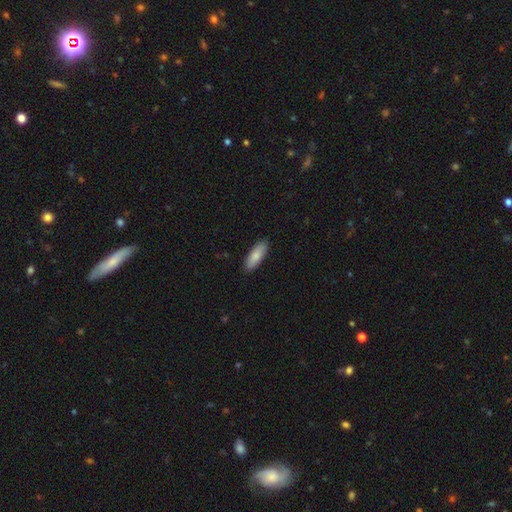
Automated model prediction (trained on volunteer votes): Q: Smooth or featured?
A: smooth (83%); runner-up: featured or disk (11%)
Q: How rounded?
A: in between (68%); runner-up: cigar-shaped (31%)
Q: Merging?
A: none (89%); runner-up: minor disturbance (8%)